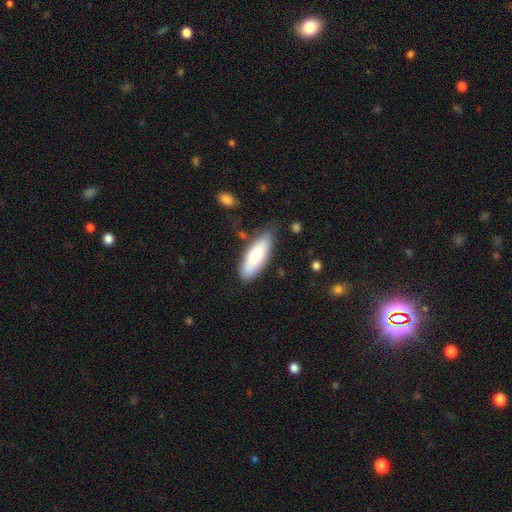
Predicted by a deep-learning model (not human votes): This appears to be a smooth galaxy with no disk features (77%) that is in between round and cigar-shaped (66%). Merging: none (77%).